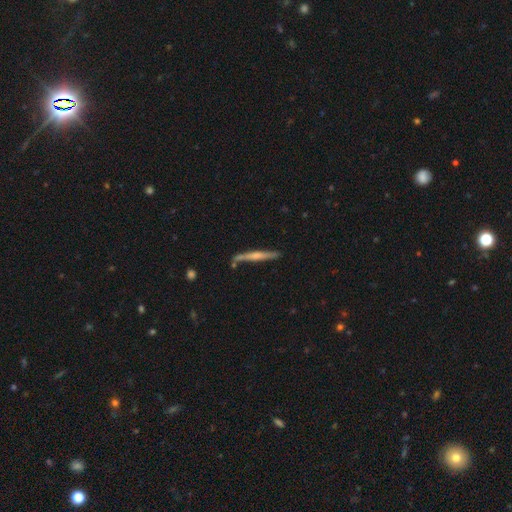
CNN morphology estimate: This appears to be a featured or disk galaxy (55%) viewed edge-on (96%) with a rounded central bulge (52%). Merging: none (79%).